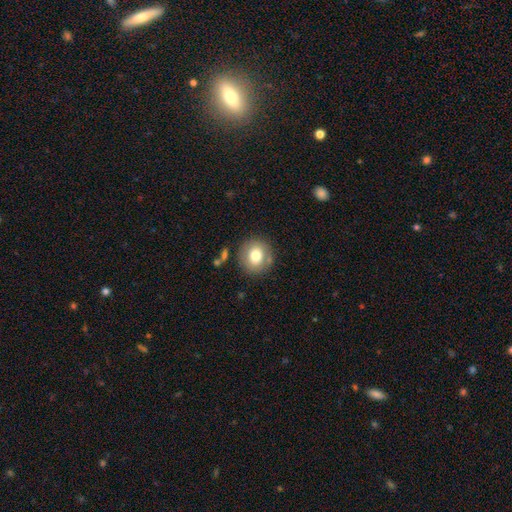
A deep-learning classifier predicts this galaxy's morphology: Smooth or featured? smooth (74%)
How rounded? round (86%)
Merging? none (82%)